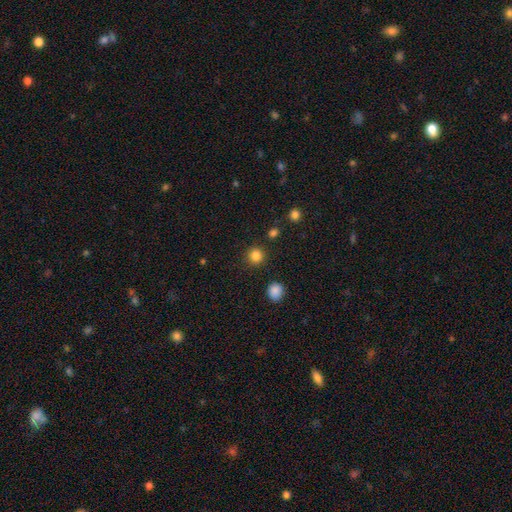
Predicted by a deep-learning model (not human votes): smooth 84%, star or artifact 12%, featured or disk 4%. Down the decision tree: how rounded — round (93%); merging — none (90%).